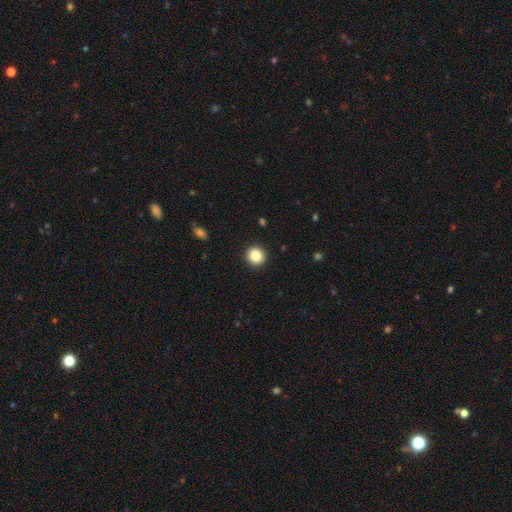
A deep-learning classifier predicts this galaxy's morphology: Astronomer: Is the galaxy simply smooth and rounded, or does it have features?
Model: smooth — 85%.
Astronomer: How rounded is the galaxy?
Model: round — 93%.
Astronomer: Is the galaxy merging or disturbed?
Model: none — 93%.